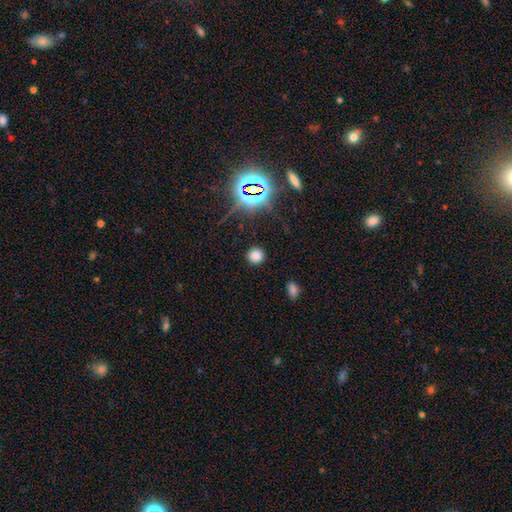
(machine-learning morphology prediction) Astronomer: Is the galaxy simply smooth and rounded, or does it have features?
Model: smooth — 74%.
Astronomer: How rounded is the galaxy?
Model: round — 90%.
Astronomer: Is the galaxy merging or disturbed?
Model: none — 89%.